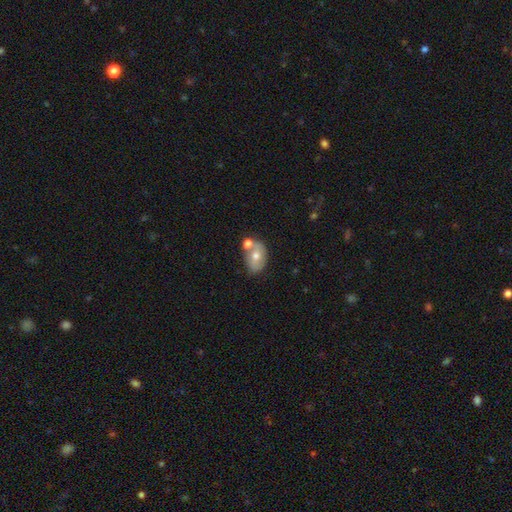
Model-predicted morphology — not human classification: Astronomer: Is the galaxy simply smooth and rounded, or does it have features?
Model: smooth — 57% (runner-up: featured or disk, 34%).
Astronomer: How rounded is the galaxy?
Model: in between — 78%.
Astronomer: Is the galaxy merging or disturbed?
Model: none — 48% (runner-up: merger, 32%).